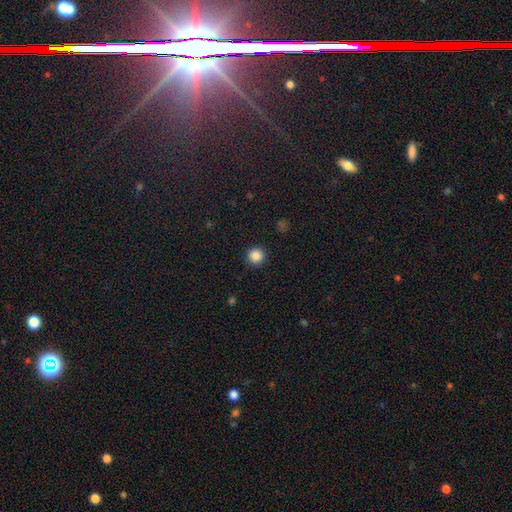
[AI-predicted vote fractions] Smooth or featured: smooth — 87% (star or artifact — 10%)
How rounded: round — 95% (in between — 4%)
Merging: none — 92% (minor disturbance — 5%)